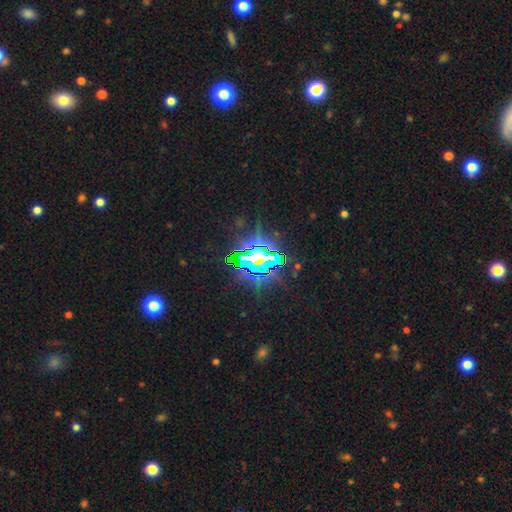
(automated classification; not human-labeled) Overall: star or artifact (79%).